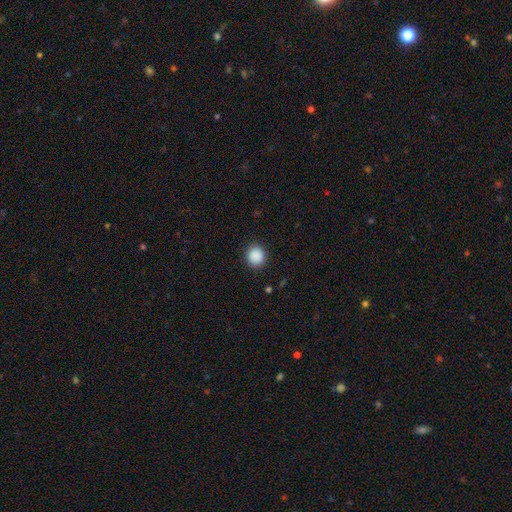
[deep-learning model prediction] smooth-or-featured: smooth: 89% | star or artifact: 9% | featured or disk: 2%
  how-rounded: round: 86% | in between: 13% | cigar-shaped: 1%
  merging: none: 90% | minor disturbance: 7% | major disturbance: 2% | merger: 1%